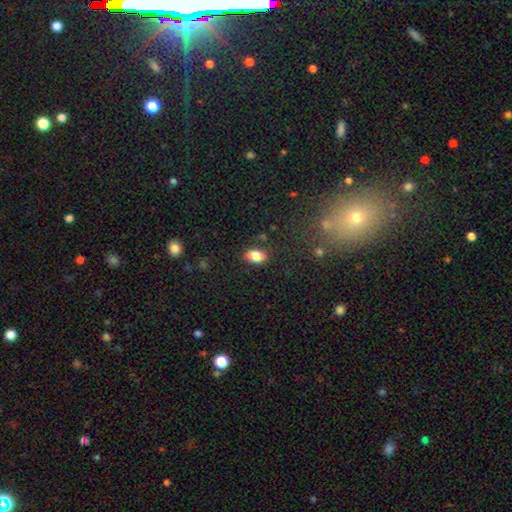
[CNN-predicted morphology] This is clearly a smooth galaxy (85%). How rounded: clearly in between (89%). Merging: clearly none (85%).